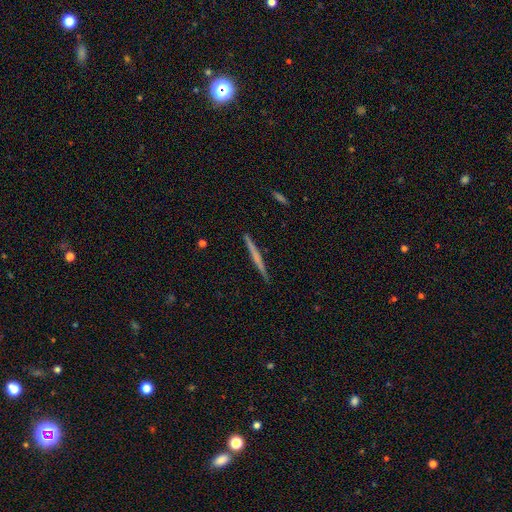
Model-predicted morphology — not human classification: A featured or disk galaxy (52%) viewed edge-on (98%) with no central bulge (85%). Merging: none (92%).